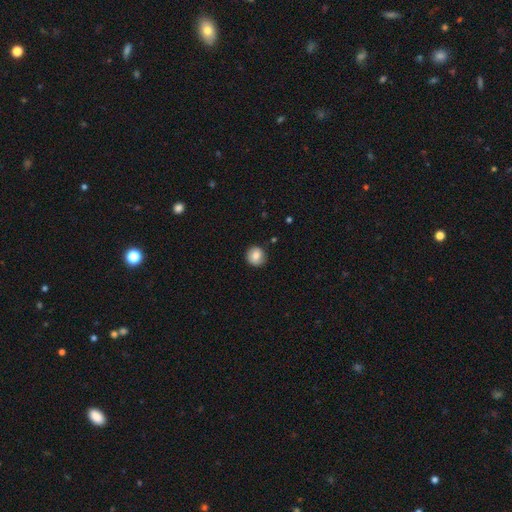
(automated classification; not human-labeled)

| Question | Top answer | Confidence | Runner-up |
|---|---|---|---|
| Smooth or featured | smooth | 80% | featured or disk (11%) |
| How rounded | round | 91% | in between (8%) |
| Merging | none | 87% | minor disturbance (10%) |